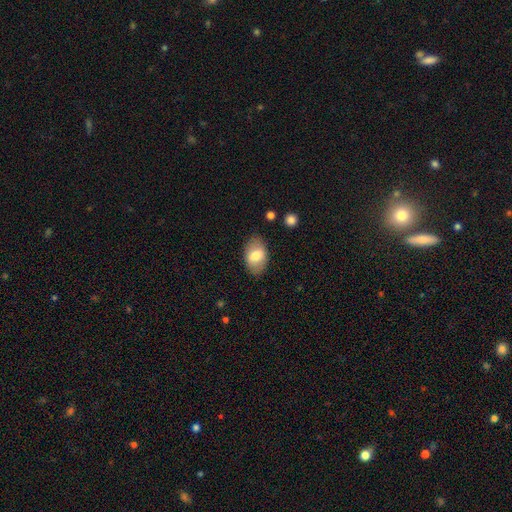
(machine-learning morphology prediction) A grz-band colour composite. It shows a smooth galaxy with no disk features (72%) that is in between round and cigar-shaped (90%). Merging: none (84%).